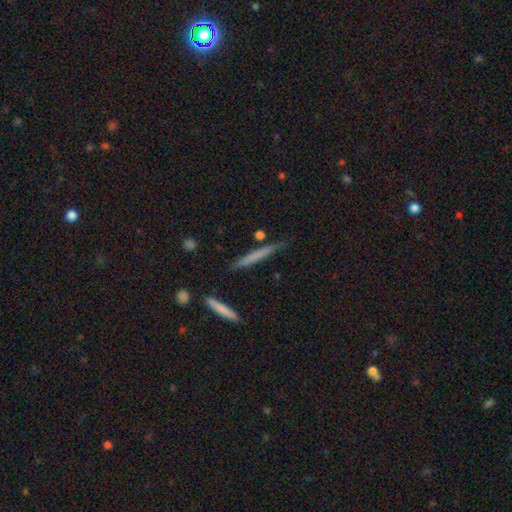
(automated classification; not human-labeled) Smooth or featured? Predicted: smooth (p=0.61). How rounded? Predicted: cigar-shaped (p=0.95). Merging? Predicted: none (p=0.82).